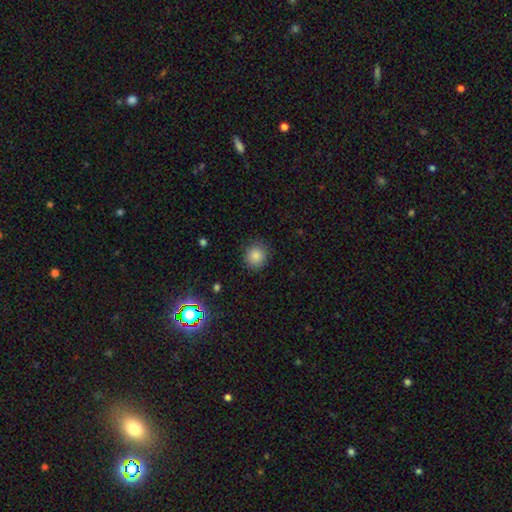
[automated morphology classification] Smooth or featured: smooth — 85% (star or artifact — 11%)
How rounded: round — 90% (in between — 9%)
Merging: none — 88% (minor disturbance — 8%)